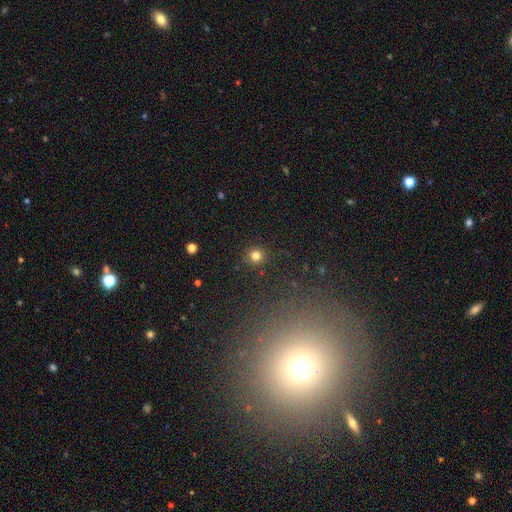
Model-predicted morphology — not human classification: Overall: smooth (80%). How rounded: round (92%). Merging: none (90%).